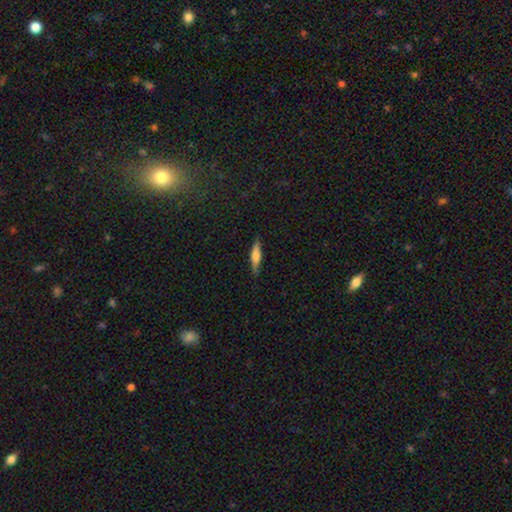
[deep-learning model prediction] Smooth or featured? smooth (54%)
How rounded? cigar-shaped (81%)
Merging? none (87%)